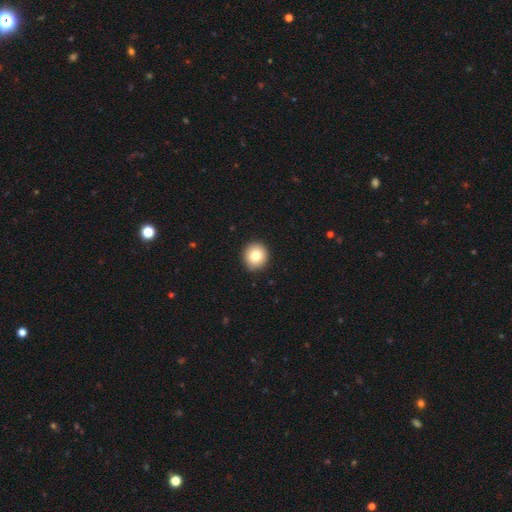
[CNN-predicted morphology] Smooth or featured: smooth — 81% (featured or disk — 10%)
How rounded: round — 92% (in between — 7%)
Merging: none — 92% (minor disturbance — 5%)